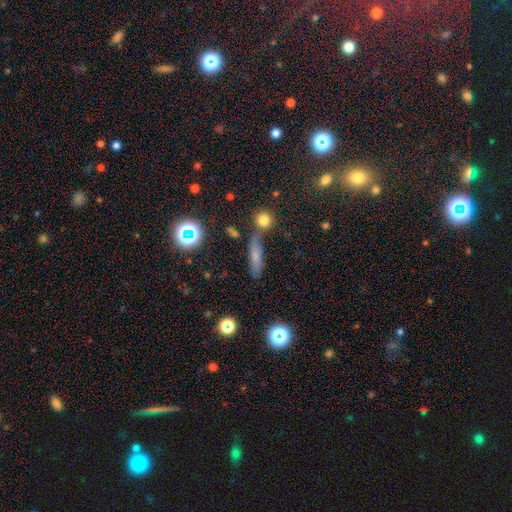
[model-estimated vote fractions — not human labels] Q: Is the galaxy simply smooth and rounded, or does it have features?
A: smooth — 63%.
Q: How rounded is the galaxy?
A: cigar-shaped — 65%.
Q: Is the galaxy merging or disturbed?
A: none — 64%.